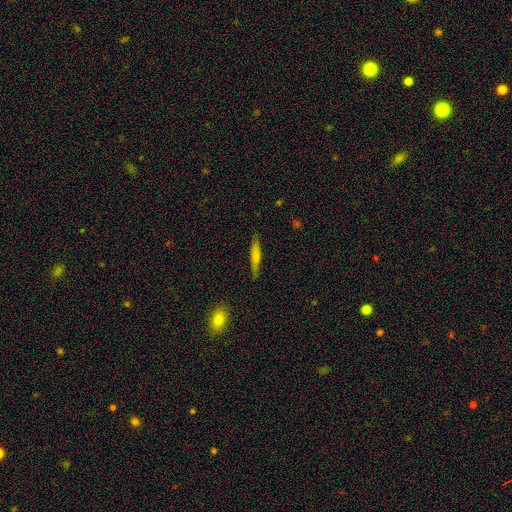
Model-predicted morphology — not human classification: type=smooth (61%); roundness=cigar-shaped (92%); merging=none (88%).